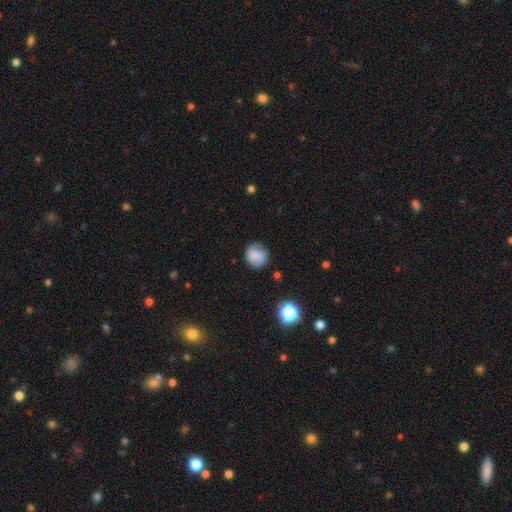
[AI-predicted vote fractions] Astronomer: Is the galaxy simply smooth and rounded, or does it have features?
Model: smooth — 82%.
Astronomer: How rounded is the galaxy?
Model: round — 84%.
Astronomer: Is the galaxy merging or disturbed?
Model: none — 74%.